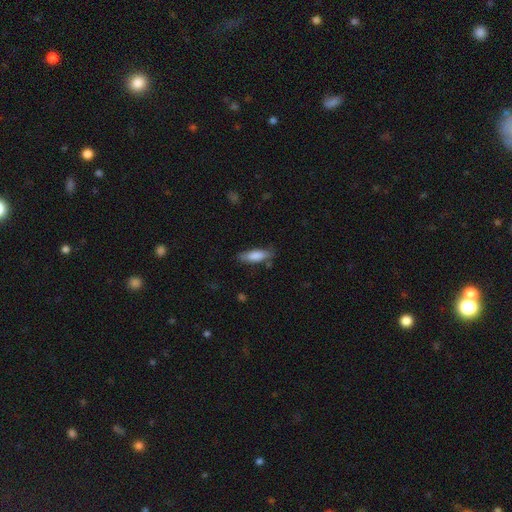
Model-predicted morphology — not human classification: smooth 82%, featured or disk 12%, star or artifact 6%. Down the decision tree: how rounded — cigar-shaped (50%); merging — none (77%).